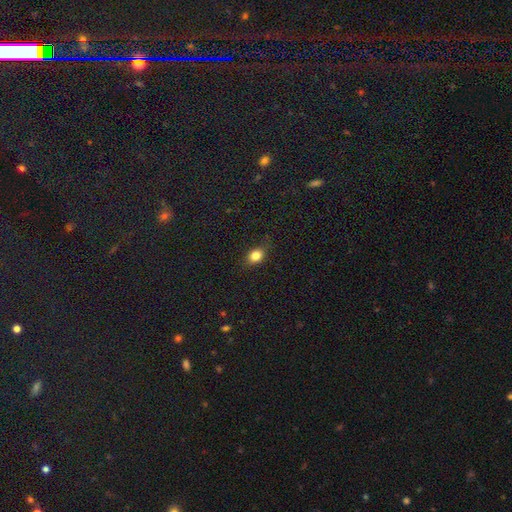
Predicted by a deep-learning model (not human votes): Smooth or featured: smooth — 82% (star or artifact — 11%)
How rounded: in between — 61% (round — 37%)
Merging: none — 82% (minor disturbance — 14%)